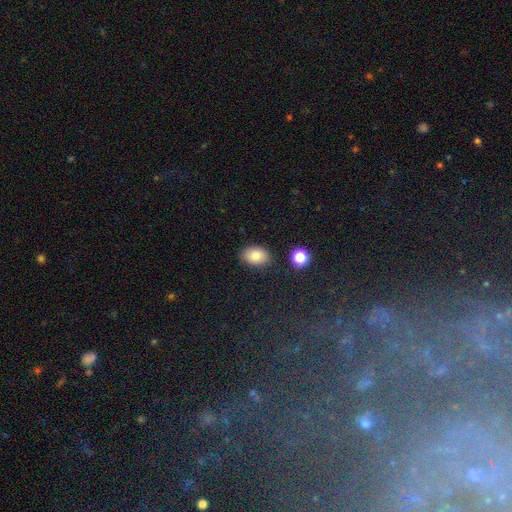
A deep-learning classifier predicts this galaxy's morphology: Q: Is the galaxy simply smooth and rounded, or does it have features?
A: smooth — 82%.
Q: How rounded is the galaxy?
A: in between — 83%.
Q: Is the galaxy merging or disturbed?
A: none — 84%.